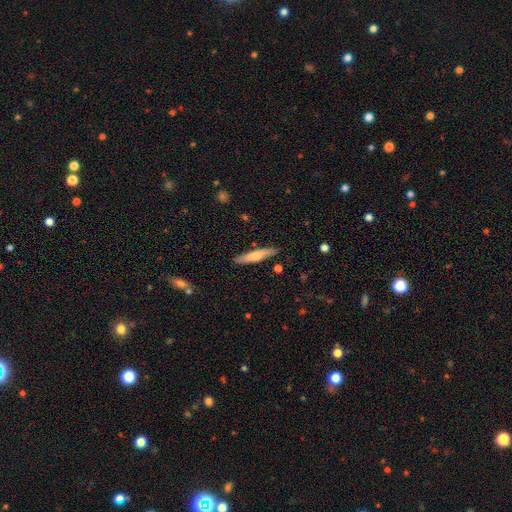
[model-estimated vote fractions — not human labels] Morphology: type=smooth (64%); roundness=cigar-shaped (87%); merging=none (84%).